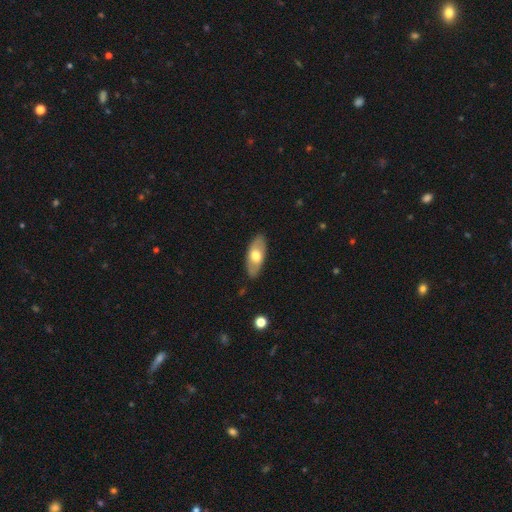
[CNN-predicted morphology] smooth-or-featured: smooth: 57% | featured or disk: 38% | star or artifact: 5%
  how-rounded: in between: 85% | cigar-shaped: 12% | round: 3%
  merging: none: 85% | minor disturbance: 11% | major disturbance: 2% | merger: 1%